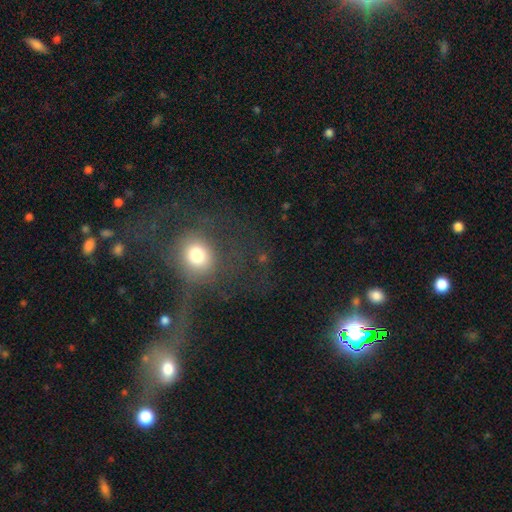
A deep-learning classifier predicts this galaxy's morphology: The model was most divided on "merging": none: 39%, merger: 26%, major disturbance: 22%, minor disturbance: 13%. Remaining: smooth or featured — smooth (50%).